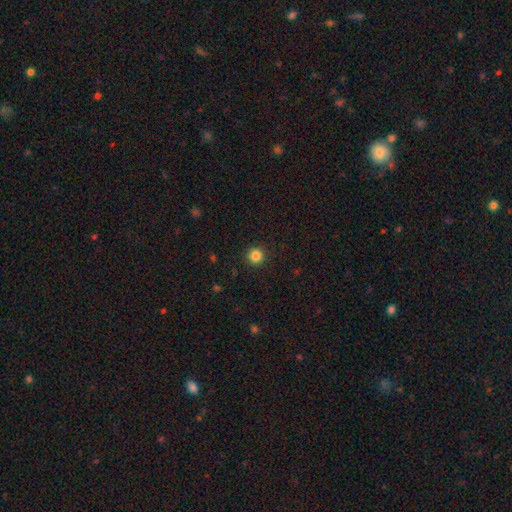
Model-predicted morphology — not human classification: smooth_or_featured: smooth (p=0.85) [alt: star or artifact p=0.11]
how_rounded: round (p=0.95) [alt: in between p=0.04]
merging: none (p=0.92) [alt: minor disturbance p=0.05]